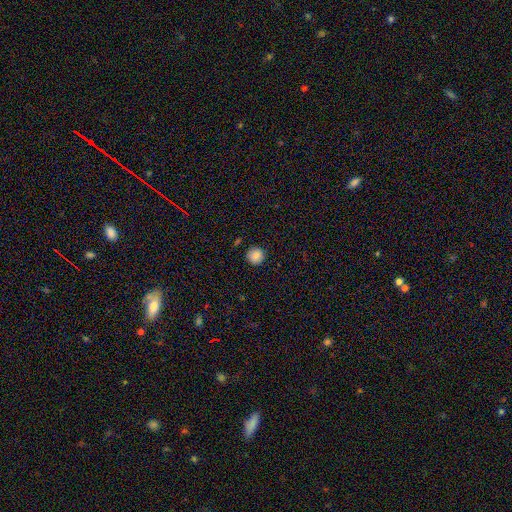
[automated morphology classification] This appears to be a smooth galaxy with no disk features (85%) that is round (95%). Merging: none (91%).